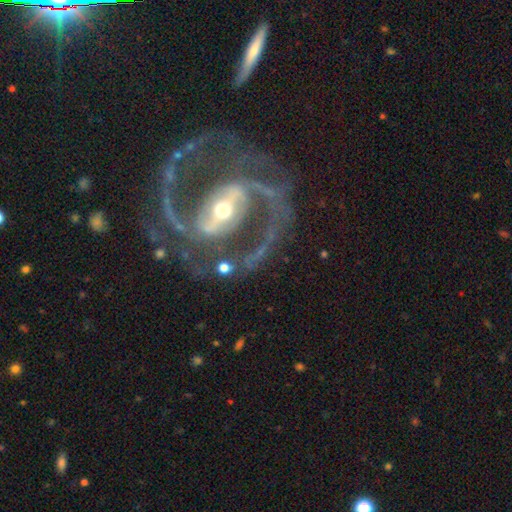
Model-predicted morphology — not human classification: Smooth or featured? featured or disk (93%)
Edge-on disk? no (97%)
Bar? strong (63%)
Spiral arms? yes (98%)
Spiral winding? medium (64%)
Spiral arm count? 2 (91%)
Bulge size? moderate (51%)
Merging? none (75%)